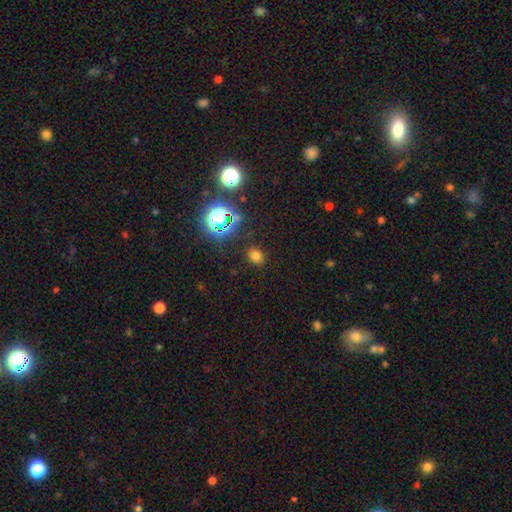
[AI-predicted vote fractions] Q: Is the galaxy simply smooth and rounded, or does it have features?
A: smooth — 70%.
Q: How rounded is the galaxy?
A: round — 56%.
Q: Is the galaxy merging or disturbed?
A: none — 85%.